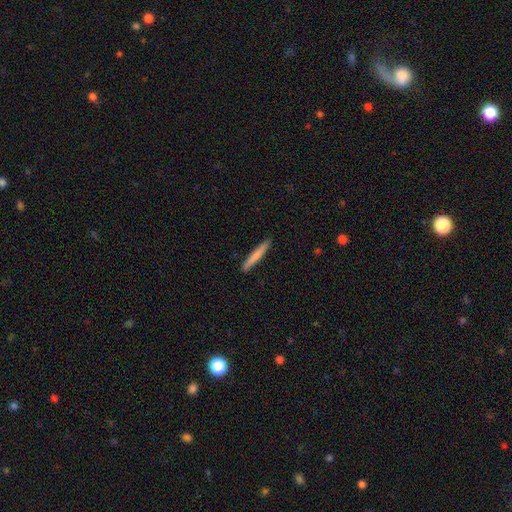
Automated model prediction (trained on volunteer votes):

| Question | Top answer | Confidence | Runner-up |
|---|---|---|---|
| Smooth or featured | smooth | 75% | featured or disk (20%) |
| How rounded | cigar-shaped | 96% | in between (3%) |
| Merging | none | 91% | minor disturbance (7%) |